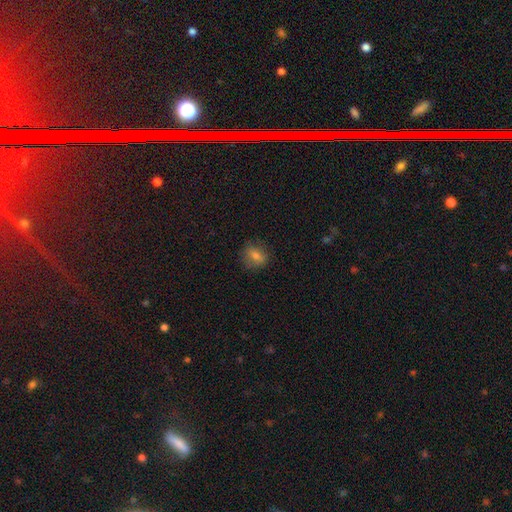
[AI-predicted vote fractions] A smooth galaxy with no disk features (72%) that is round (50%).

Vote fractions:
- Smooth or featured? smooth: 72% / featured or disk: 14% / star or artifact: 13%
- How rounded? round: 50% / in between: 46% / cigar-shaped: 4%
- Merging? none: 81% / minor disturbance: 14% / major disturbance: 4% / merger: 1%